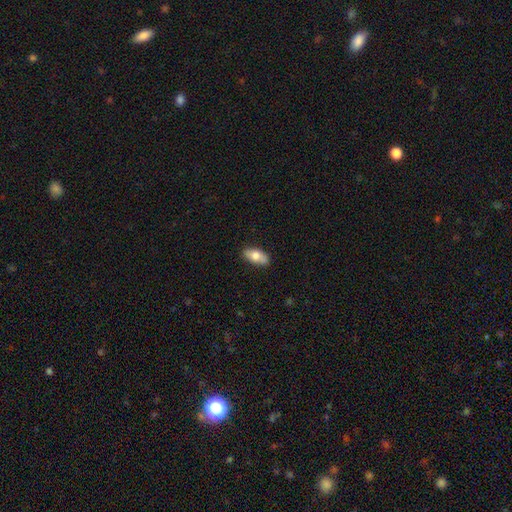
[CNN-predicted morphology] A smooth galaxy with no disk features (71%) that is in between round and cigar-shaped (87%). Merging: none (84%).